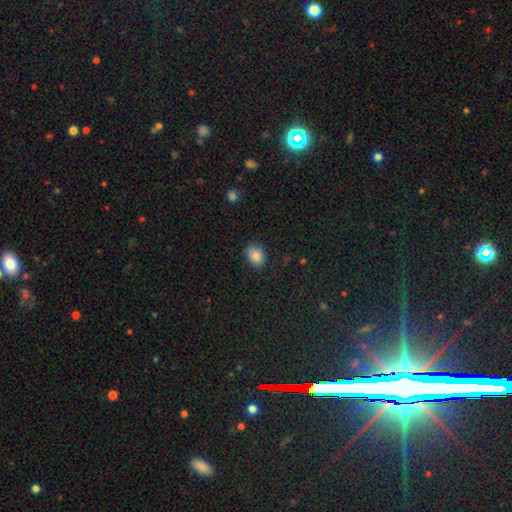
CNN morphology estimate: This appears to be a smooth galaxy with no disk features (86%) that is in between round and cigar-shaped (71%). Merging: none (82%).